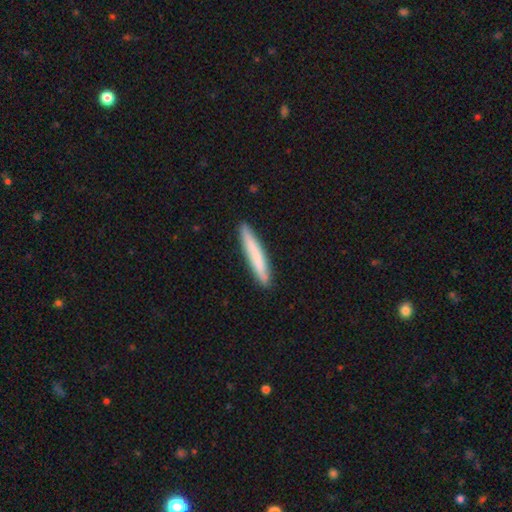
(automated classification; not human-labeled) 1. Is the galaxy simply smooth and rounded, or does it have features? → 72% smooth, 23% featured or disk, 6% star or artifact.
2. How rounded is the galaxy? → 95% cigar-shaped, 4% in between, 1% round.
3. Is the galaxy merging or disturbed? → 90% none, 7% minor disturbance, 1% major disturbance, 1% merger.